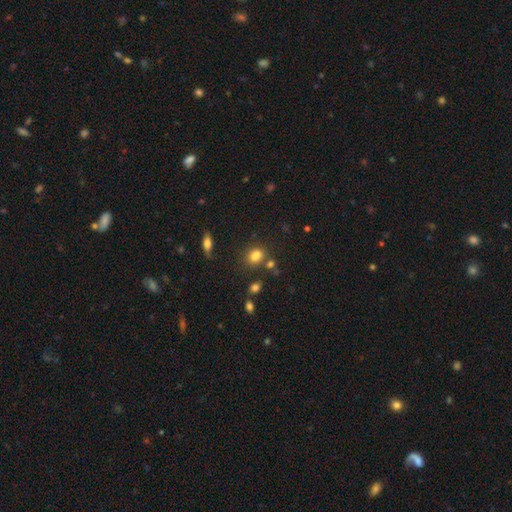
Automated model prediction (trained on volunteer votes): Q: Smooth or featured?
A: smooth (78%); runner-up: star or artifact (14%)
Q: How rounded?
A: in between (63%); runner-up: round (35%)
Q: Merging?
A: none (60%); runner-up: merger (20%)